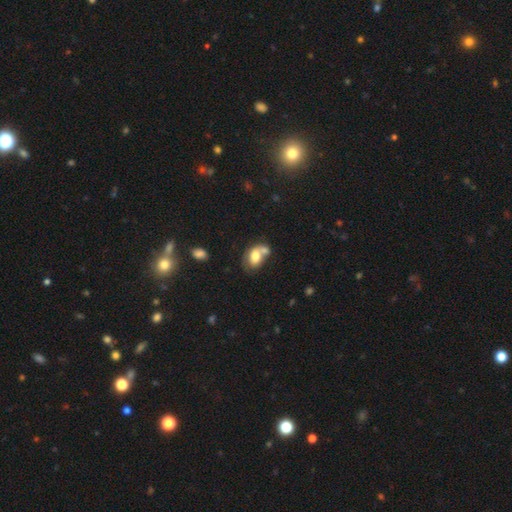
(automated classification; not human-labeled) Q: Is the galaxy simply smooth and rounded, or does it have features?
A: smooth — 71%.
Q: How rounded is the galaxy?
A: in between — 81%.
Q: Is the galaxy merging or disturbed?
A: merger — 54%.